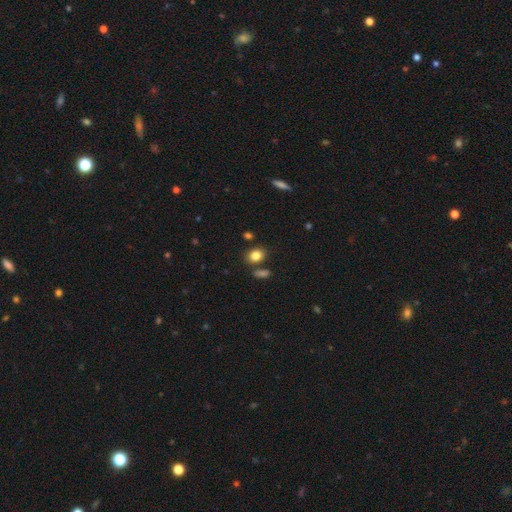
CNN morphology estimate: Smooth or featured? smooth (83%)
How rounded? in between (54%)
Merging? none (77%)